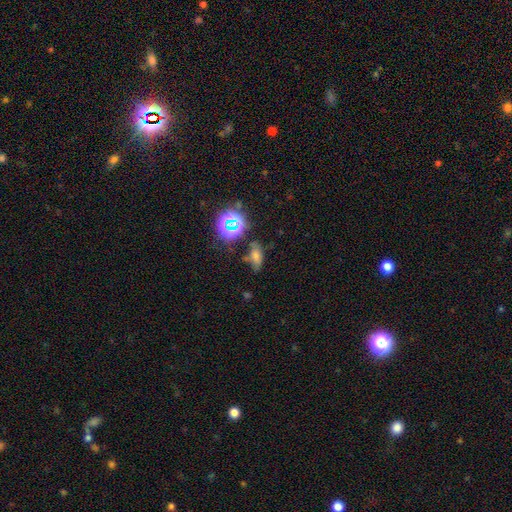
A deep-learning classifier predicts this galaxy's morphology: type=smooth (44%); merging=none (65%).